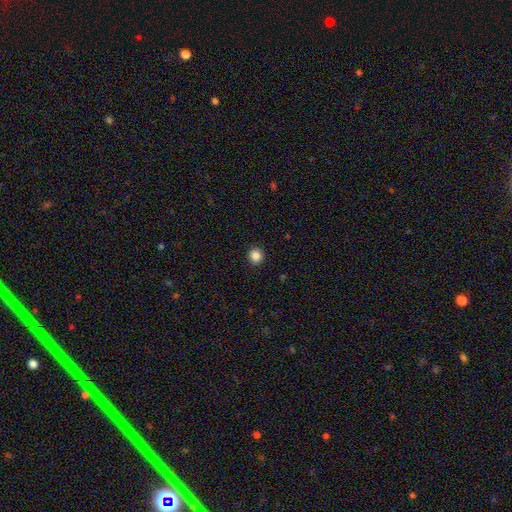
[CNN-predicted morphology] The model was most divided on "smooth or featured": smooth: 86%, star or artifact: 11%, featured or disk: 3%. More confident: merging — none (92%); how rounded — round (91%).